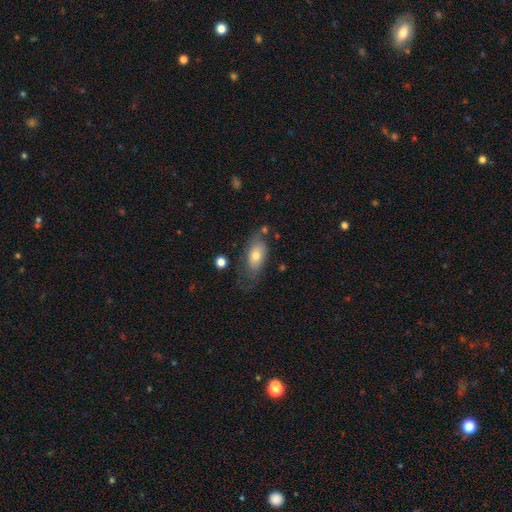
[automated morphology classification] A smooth galaxy with no disk features (69%) that is in between round and cigar-shaped (88%).

Vote fractions:
- Smooth or featured? smooth: 69% / featured or disk: 23% / star or artifact: 7%
- How rounded? in between: 88% / cigar-shaped: 7% / round: 5%
- Merging? none: 58% / minor disturbance: 25% / major disturbance: 13% / merger: 4%